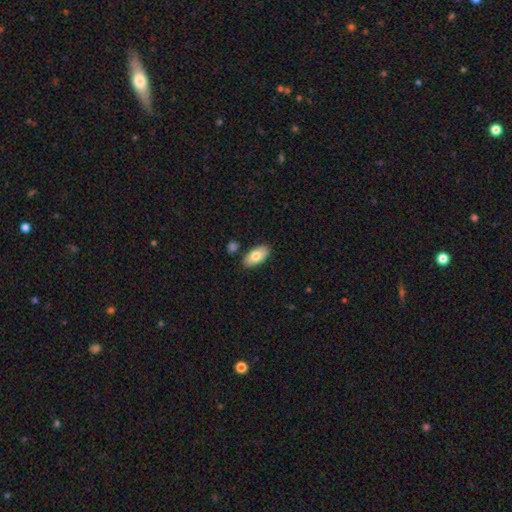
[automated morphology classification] Smooth or featured? smooth (79%)
How rounded? in between (94%)
Merging? none (85%)